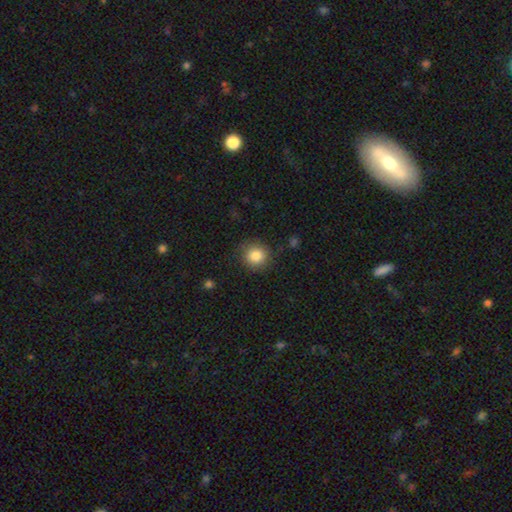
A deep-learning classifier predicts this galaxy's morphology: Smooth or featured? Predicted: smooth (p=0.85). How rounded? Predicted: round (p=0.88). Merging? Predicted: none (p=0.84).